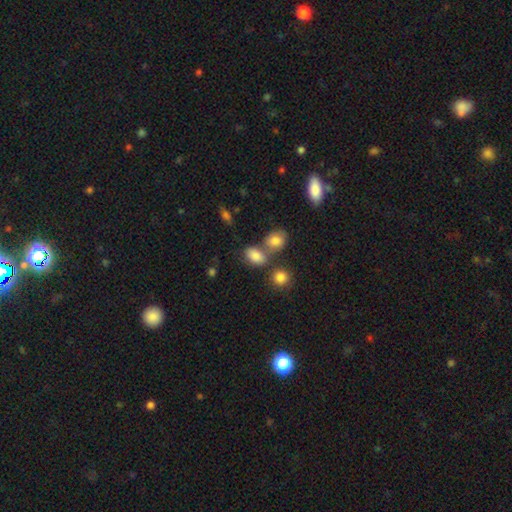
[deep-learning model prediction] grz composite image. It shows a smooth galaxy with no disk features (81%) that is in between round and cigar-shaped (83%). Merging: none (53%).